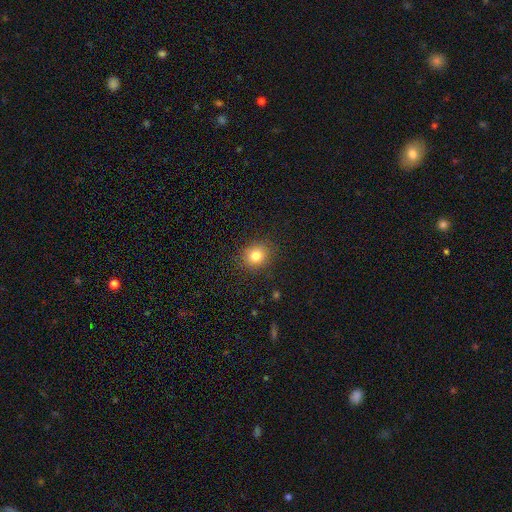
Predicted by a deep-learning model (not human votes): smooth 81%, star or artifact 12%, featured or disk 7%. Down the decision tree: how rounded — round (77%); merging — none (87%).